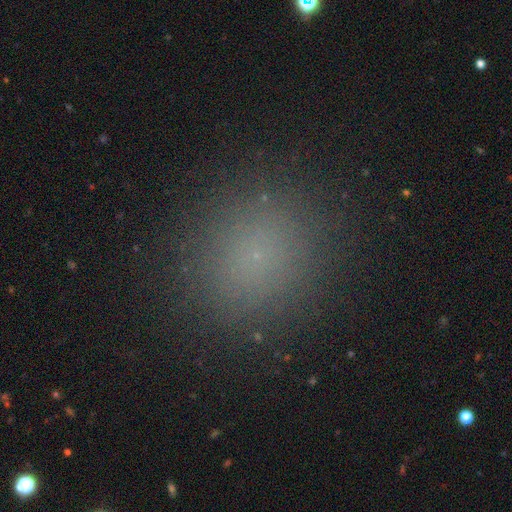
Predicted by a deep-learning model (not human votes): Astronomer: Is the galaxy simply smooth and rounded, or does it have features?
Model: smooth — 74%.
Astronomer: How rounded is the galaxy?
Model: round — 87%.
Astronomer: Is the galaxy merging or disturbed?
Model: none — 90%.